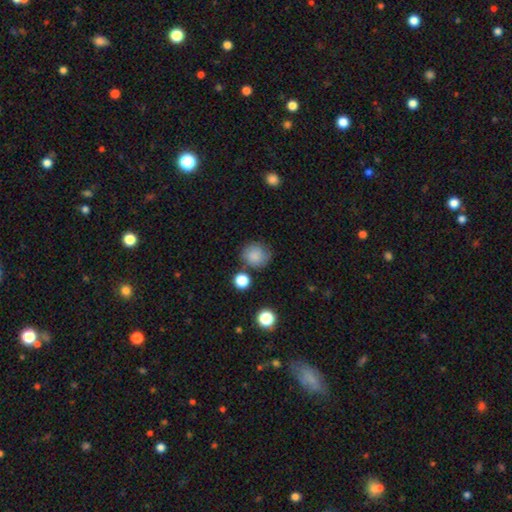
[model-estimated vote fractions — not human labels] Smooth or featured? Predicted: smooth (p=0.82). How rounded? Predicted: round (p=0.86). Merging? Predicted: none (p=0.73).